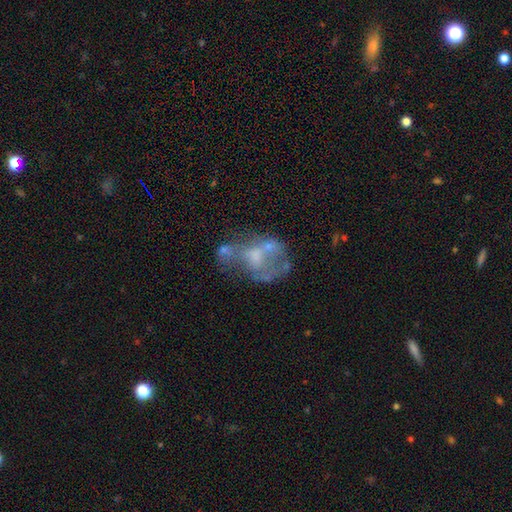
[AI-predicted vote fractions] This is likely a featured or disk galaxy (61%). It is clearly not viewed edge-on (97%). Bar: clearly no (81%). Spiral arm pattern: clearly no (84%). Central bulge: marginally none (34%). Merging: marginally none (31%).